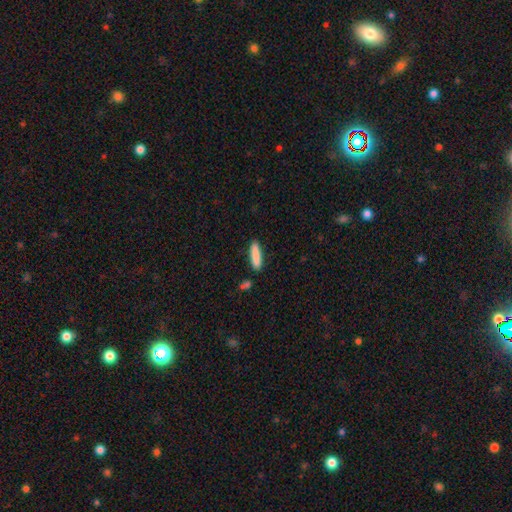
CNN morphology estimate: The model was most divided on "how rounded": cigar-shaped: 80%, in between: 19%, round: 1%. More confident: smooth or featured — smooth (86%); merging — none (86%).